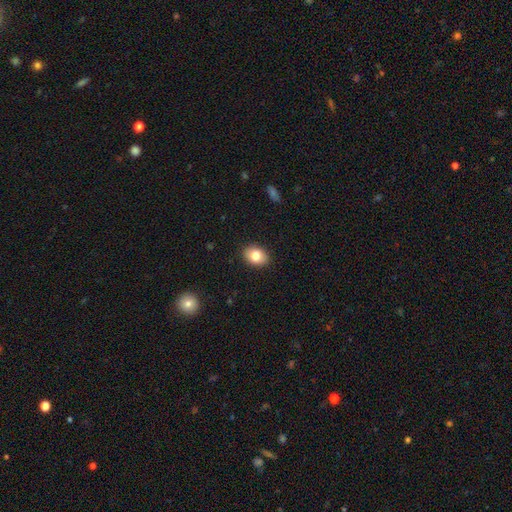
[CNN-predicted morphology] Smooth or featured? smooth (81%)
How rounded? in between (73%)
Merging? none (89%)